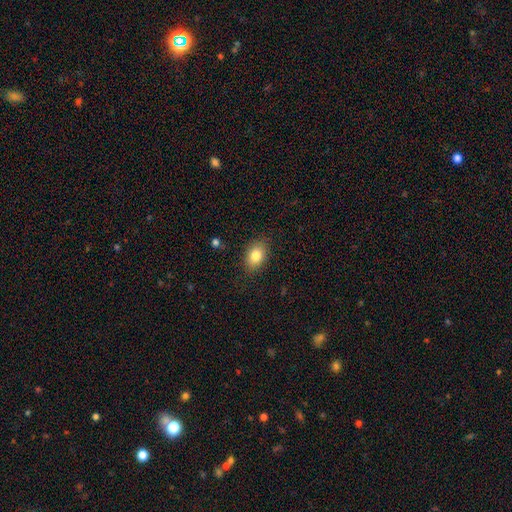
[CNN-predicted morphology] Overall: smooth (83%). How rounded: in between (80%). Merging: none (85%).